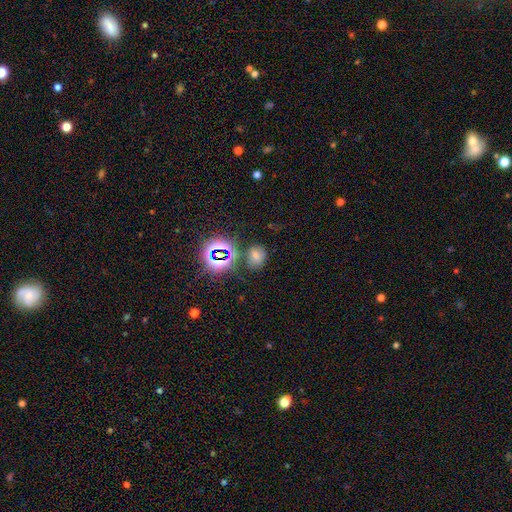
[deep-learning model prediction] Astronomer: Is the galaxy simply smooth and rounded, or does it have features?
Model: smooth — 46% (runner-up: star or artifact, 43%).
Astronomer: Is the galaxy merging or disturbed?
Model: none — 73%.